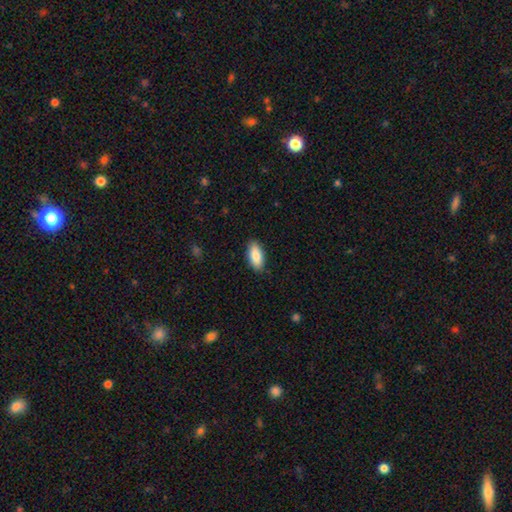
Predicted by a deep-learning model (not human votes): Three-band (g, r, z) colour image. It shows a smooth galaxy with no disk features (86%) that is in between round and cigar-shaped (87%). Merging: none (88%).